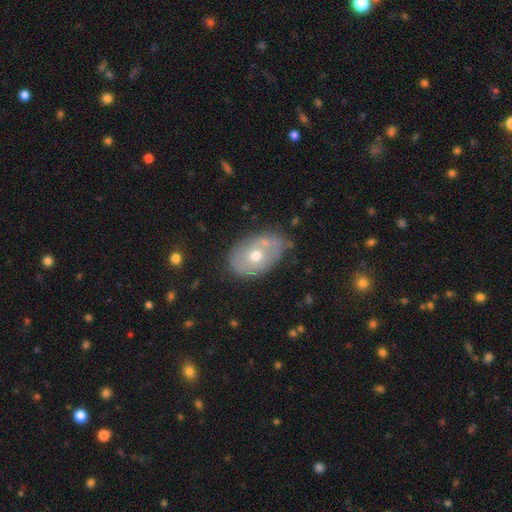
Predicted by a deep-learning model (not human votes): smooth-or-featured: smooth: 50% | featured or disk: 42% | star or artifact: 8%
  merging: none: 65% | minor disturbance: 21% | merger: 9% | major disturbance: 5%